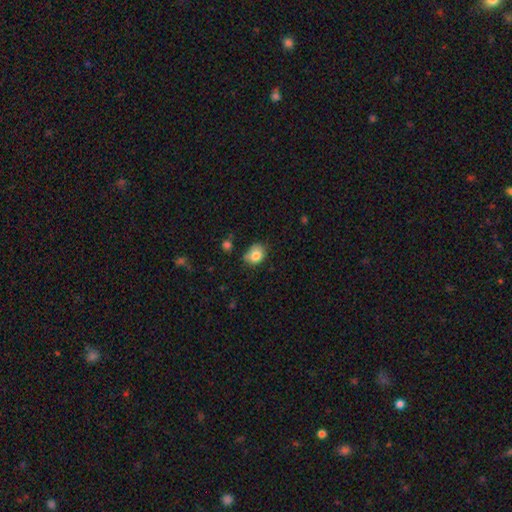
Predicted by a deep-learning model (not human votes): This appears to be a smooth galaxy with no disk features (82%) that is in between round and cigar-shaped (52%). Merging: none (61%).